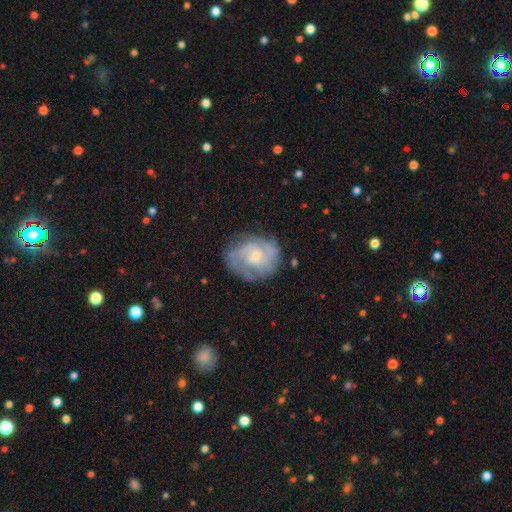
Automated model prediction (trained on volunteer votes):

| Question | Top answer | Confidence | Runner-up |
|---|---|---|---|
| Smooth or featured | featured or disk | 75% | smooth (19%) |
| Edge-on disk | no | 98% | yes (2%) |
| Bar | no | 63% | weak (32%) |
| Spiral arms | yes | 88% | no (12%) |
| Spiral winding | tight | 49% | medium (38%) |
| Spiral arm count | can't tell | 35% | 2 (33%) |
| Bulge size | small | 65% | moderate (29%) |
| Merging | none | 68% | minor disturbance (21%) |